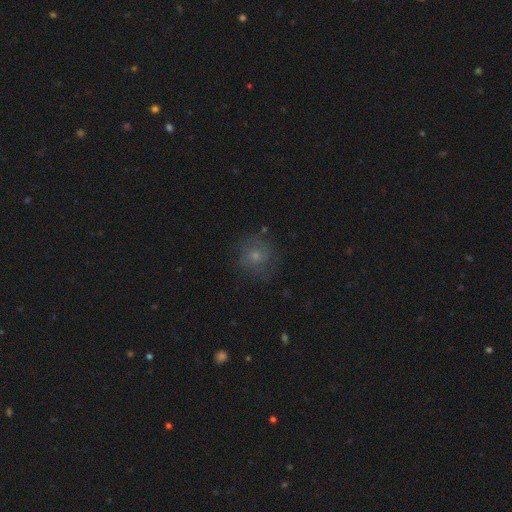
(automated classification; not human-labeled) A smooth galaxy with no disk features (58%) that is round (88%). Merging: none (73%).